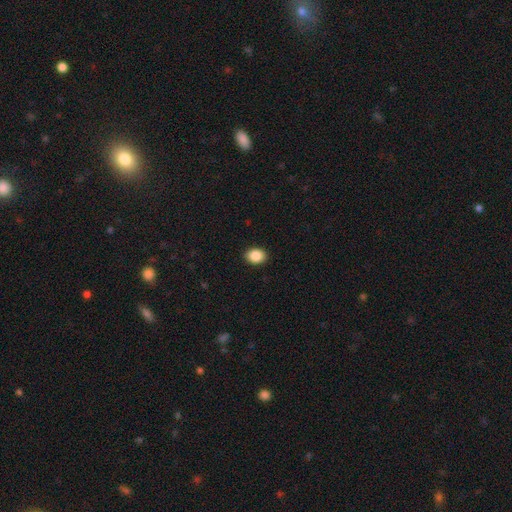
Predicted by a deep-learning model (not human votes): A smooth galaxy with no disk features (88%) that is in between round and cigar-shaped (64%). Merging: none (91%).